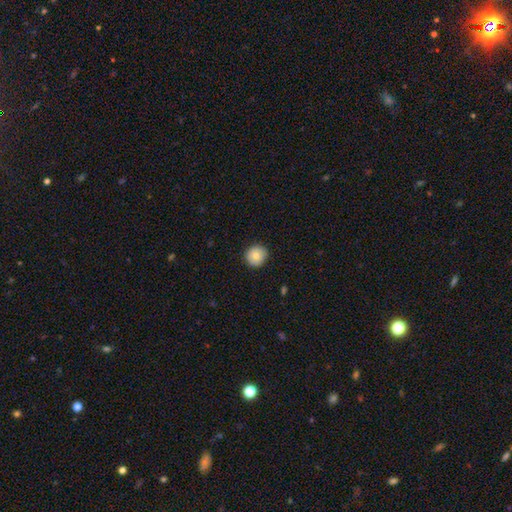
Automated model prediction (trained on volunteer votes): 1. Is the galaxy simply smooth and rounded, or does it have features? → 79% smooth, 13% featured or disk, 8% star or artifact.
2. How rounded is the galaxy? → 91% round, 8% in between, 1% cigar-shaped.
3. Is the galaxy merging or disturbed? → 89% none, 9% minor disturbance, 2% major disturbance, 1% merger.